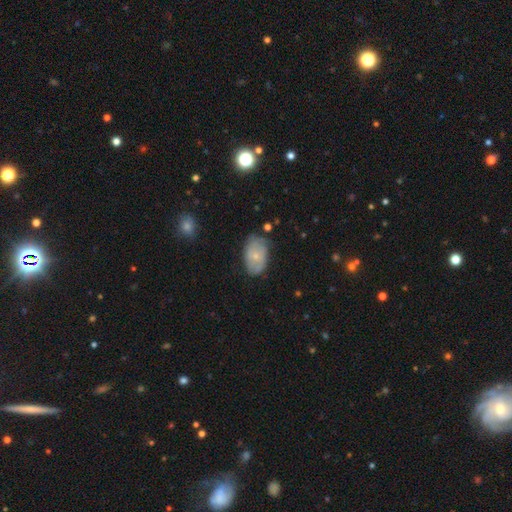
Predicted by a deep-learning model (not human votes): Smooth or featured? Predicted: smooth (p=0.54). How rounded? Predicted: in between (p=0.89). Merging? Predicted: none (p=0.61).